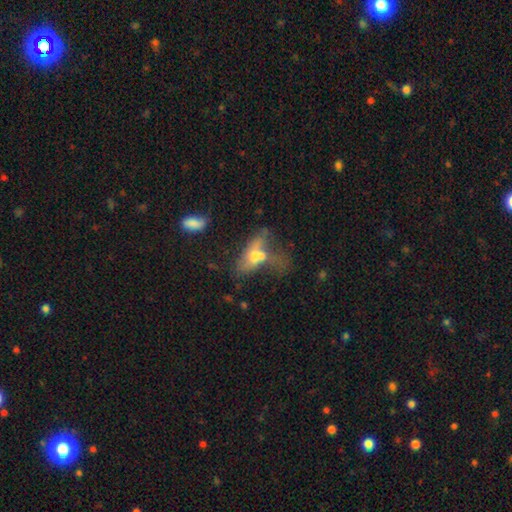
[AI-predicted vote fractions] Smooth or featured: smooth — 51% (featured or disk — 39%)
How rounded: in between — 76% (cigar-shaped — 15%)
Merging: merger — 57% (major disturbance — 19%)